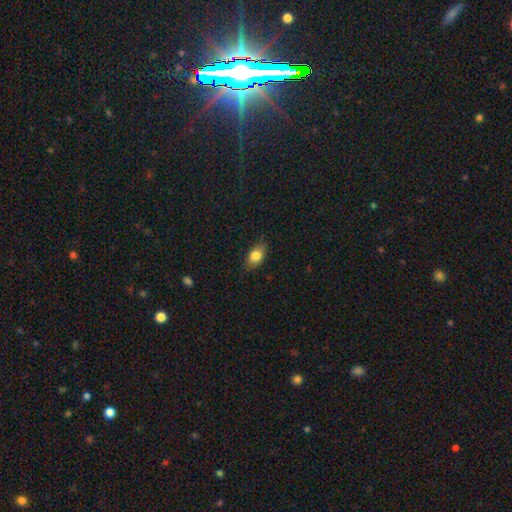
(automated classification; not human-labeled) This appears to be a smooth galaxy with no disk features (82%) that is in between round and cigar-shaped (83%). Merging: none (81%).